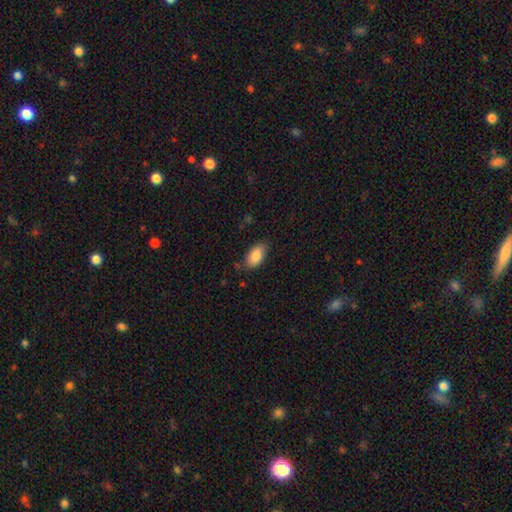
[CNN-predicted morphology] Q: Smooth or featured?
A: smooth (86%); runner-up: featured or disk (7%)
Q: How rounded?
A: in between (93%); runner-up: round (4%)
Q: Merging?
A: none (78%); runner-up: minor disturbance (17%)